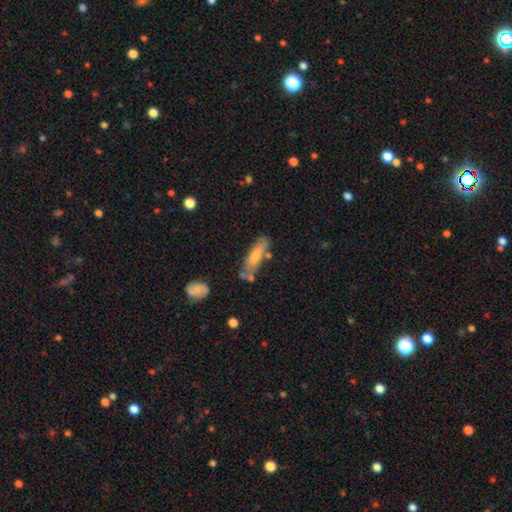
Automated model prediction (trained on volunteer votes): smooth_or_featured: smooth (p=0.65) [alt: featured or disk p=0.29]
how_rounded: cigar-shaped (p=0.59) [alt: in between p=0.39]
merging: none (p=0.62) [alt: minor disturbance p=0.22]